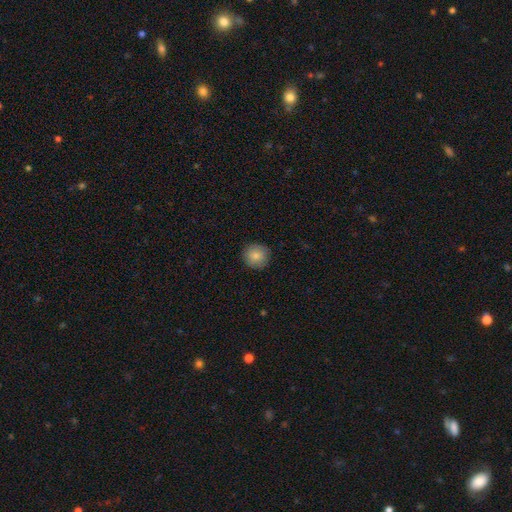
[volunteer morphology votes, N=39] smooth_or_featured: smooth (p=0.82) [alt: star or artifact p=0.10]
how_rounded: round (p=0.94) [alt: in between p=0.06]
merging: none (p=0.89) [alt: minor disturbance p=0.09]